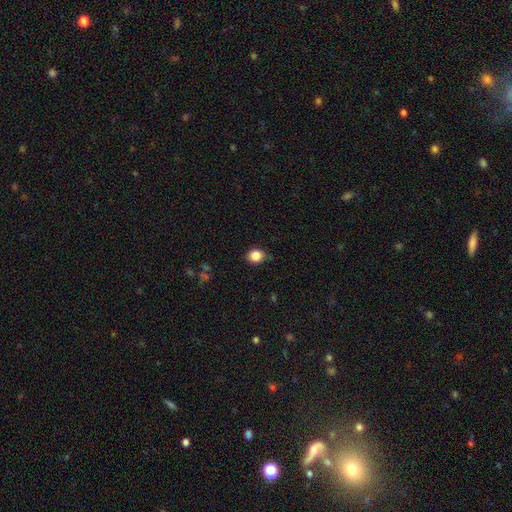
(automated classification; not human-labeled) Smooth or featured?
  - smooth: 85% *
  - star or artifact: 10%
  - featured or disk: 5%
How rounded?
  - round: 69% *
  - in between: 30%
  - cigar-shaped: 1%
Merging?
  - none: 80% *
  - minor disturbance: 16%
  - major disturbance: 3%
  - merger: 1%